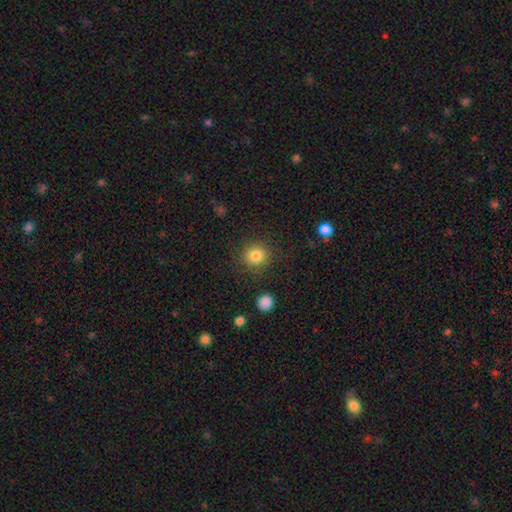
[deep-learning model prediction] smooth 83%, star or artifact 11%, featured or disk 6%. Down the decision tree: how rounded — round (91%); merging — none (88%).